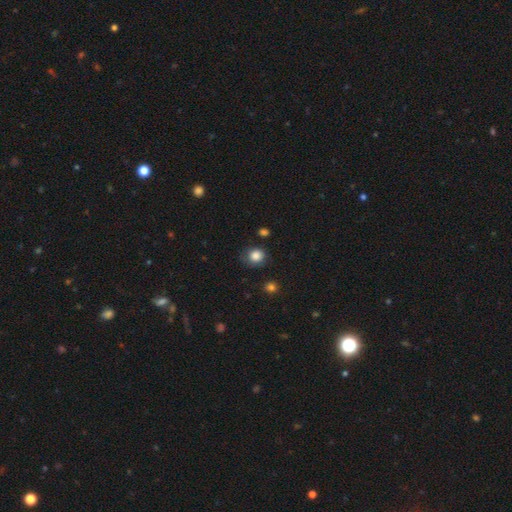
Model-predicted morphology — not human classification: Smooth or featured? Predicted: smooth (p=0.84). How rounded? Predicted: round (p=0.77). Merging? Predicted: none (p=0.71).